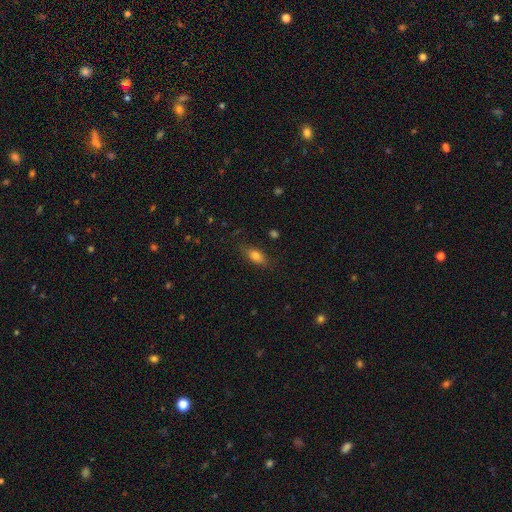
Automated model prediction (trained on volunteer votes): Overall: smooth (77%). How rounded: in between (81%). Merging: none (79%).